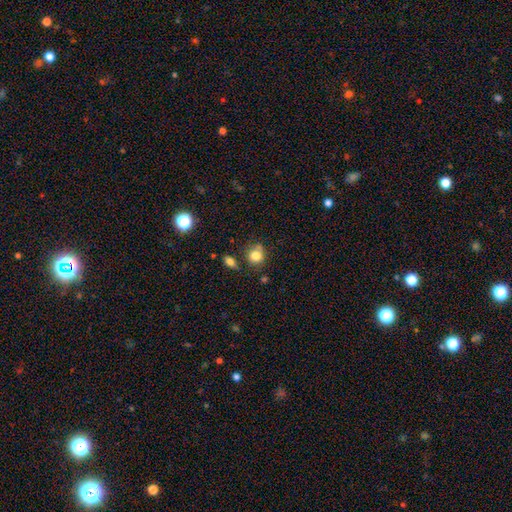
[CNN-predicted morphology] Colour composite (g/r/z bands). It shows a smooth galaxy with no disk features (81%) that is round (82%). Merging: none (65%).